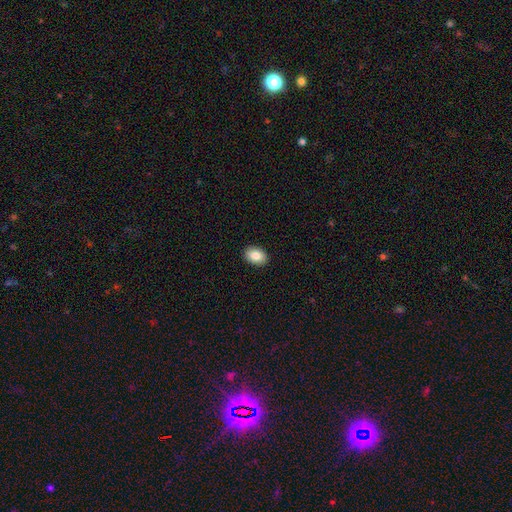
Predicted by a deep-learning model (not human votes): Smooth or featured? smooth (86%)
How rounded? in between (78%)
Merging? none (90%)